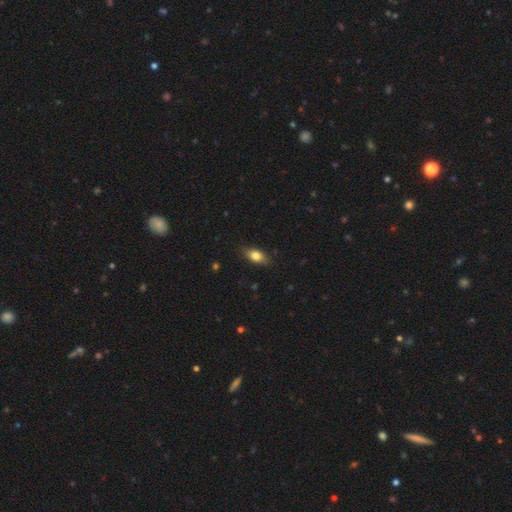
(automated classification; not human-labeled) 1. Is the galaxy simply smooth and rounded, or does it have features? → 78% smooth, 14% featured or disk, 8% star or artifact.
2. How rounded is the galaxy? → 84% in between, 9% cigar-shaped, 7% round.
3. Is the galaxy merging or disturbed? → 84% none, 12% minor disturbance, 2% major disturbance, 1% merger.